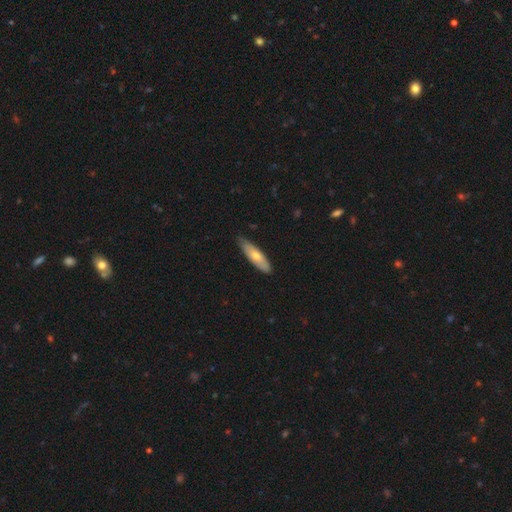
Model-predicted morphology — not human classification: Q: Smooth or featured?
A: smooth (61%); runner-up: featured or disk (34%)
Q: How rounded?
A: cigar-shaped (58%); runner-up: in between (40%)
Q: Merging?
A: none (79%); runner-up: minor disturbance (17%)